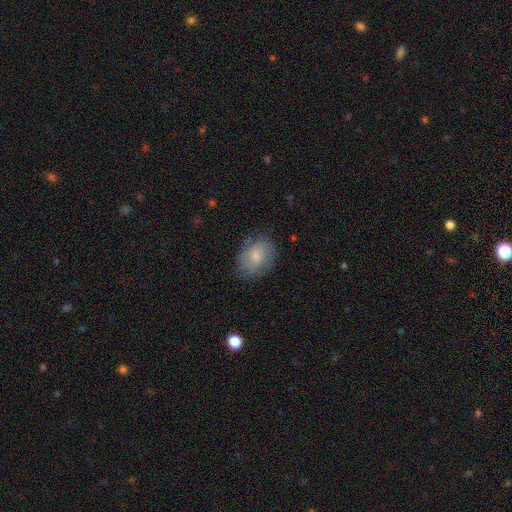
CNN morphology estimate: The model was most divided on "how rounded": in between: 65%, round: 34%, cigar-shaped: 1%. More confident: merging — none (72%); smooth or featured — smooth (69%).